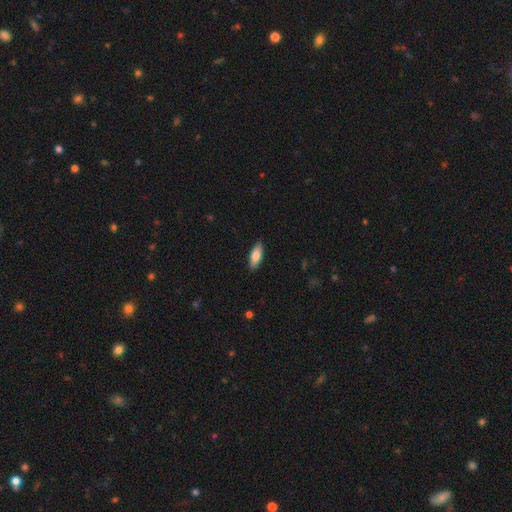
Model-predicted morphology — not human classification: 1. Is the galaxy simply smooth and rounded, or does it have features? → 78% smooth, 17% featured or disk, 6% star or artifact.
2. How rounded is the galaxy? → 72% in between, 26% cigar-shaped, 2% round.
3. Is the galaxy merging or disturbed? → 89% none, 8% minor disturbance, 2% major disturbance, 1% merger.